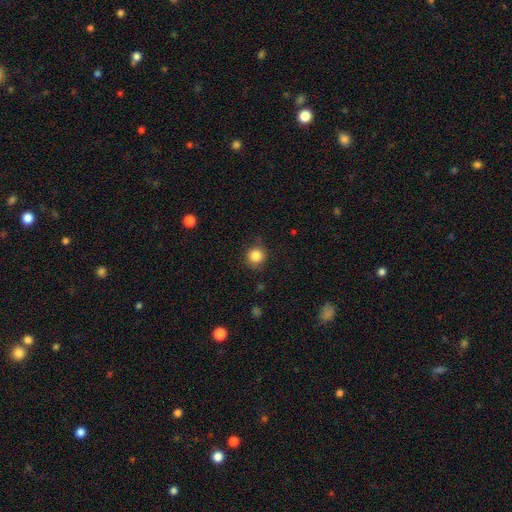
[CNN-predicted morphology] A smooth galaxy with no disk features (85%) that is round (92%).

Vote fractions:
- Smooth or featured? smooth: 85% / star or artifact: 11% / featured or disk: 5%
- How rounded? round: 92% / in between: 7% / cigar-shaped: 1%
- Merging? none: 82% / minor disturbance: 13% / major disturbance: 3% / merger: 1%